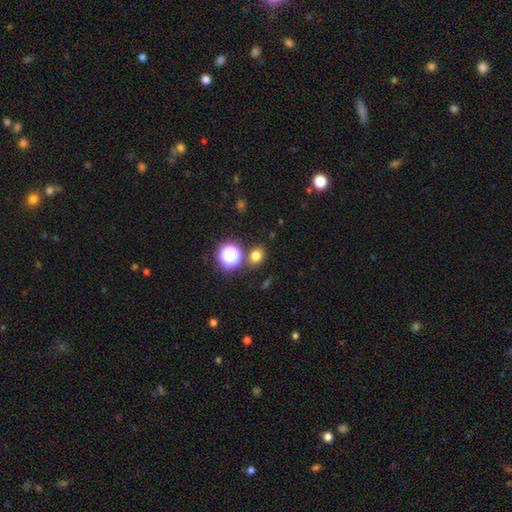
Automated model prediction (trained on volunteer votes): smooth-or-featured: smooth: 73% | star or artifact: 20% | featured or disk: 7%
  how-rounded: round: 55% | in between: 44% | cigar-shaped: 1%
  merging: none: 79% | minor disturbance: 9% | merger: 8% | major disturbance: 3%